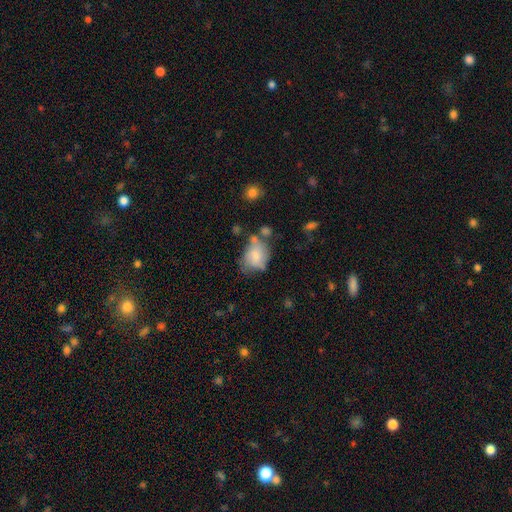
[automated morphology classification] This appears to be a smooth galaxy with no disk features (66%) that is in between round and cigar-shaped (54%). Merging: none (38%).